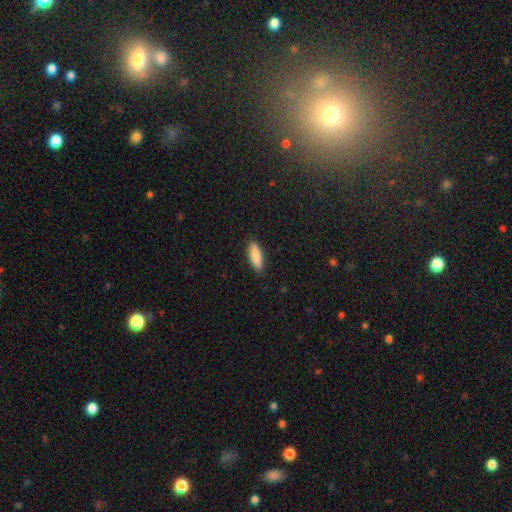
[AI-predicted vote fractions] The model was most divided on "how rounded": in between: 52%, cigar-shaped: 47%, round: 2%. More confident: merging — none (89%); smooth or featured — smooth (86%).